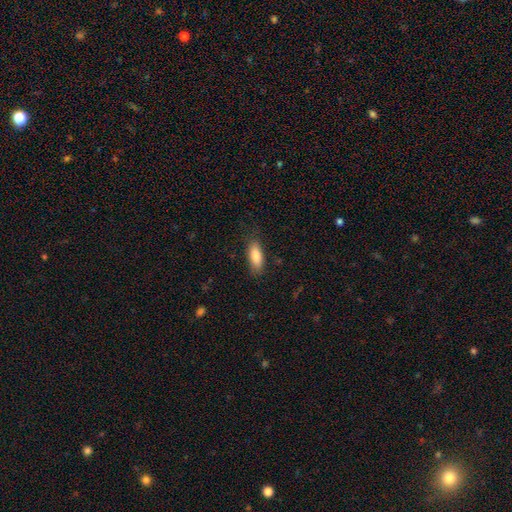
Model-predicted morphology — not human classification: A smooth galaxy with no disk features (83%) that is in between round and cigar-shaped (73%). Merging: none (81%).